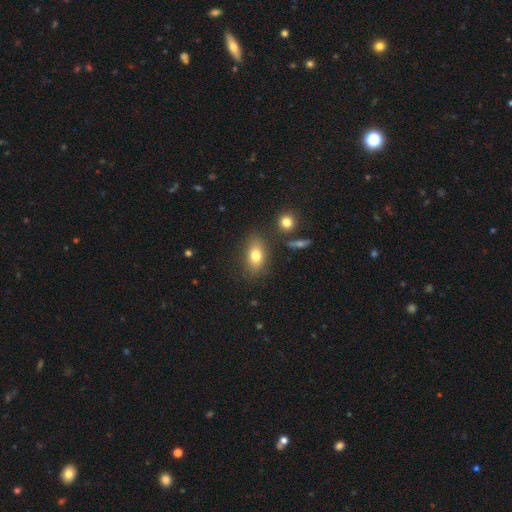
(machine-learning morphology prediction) Q: Smooth or featured?
A: smooth (76%); runner-up: featured or disk (14%)
Q: How rounded?
A: in between (84%); runner-up: round (11%)
Q: Merging?
A: none (78%); runner-up: minor disturbance (14%)